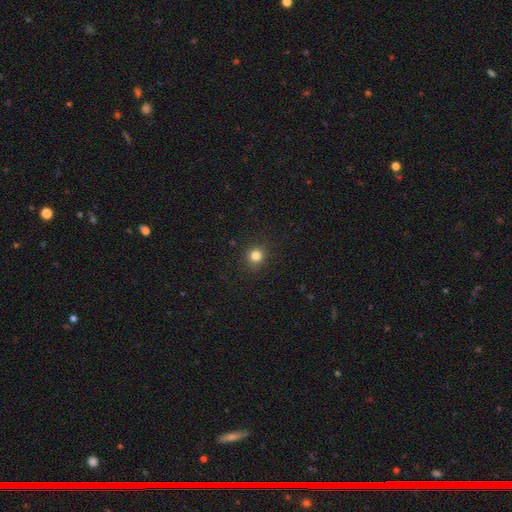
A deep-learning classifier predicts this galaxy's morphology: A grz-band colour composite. It shows a smooth galaxy with no disk features (82%) that is round (89%). Merging: none (90%).